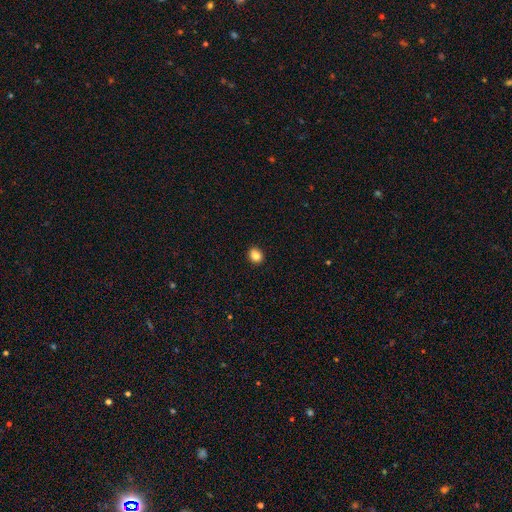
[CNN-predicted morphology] A smooth galaxy with no disk features (86%) that is round (69%). Merging: none (90%).